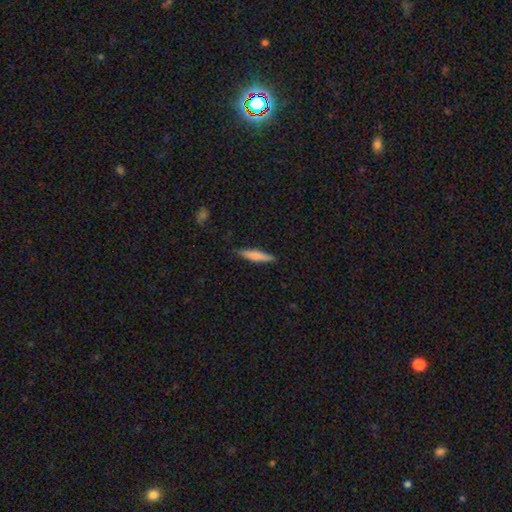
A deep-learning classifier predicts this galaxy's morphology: smooth 72%, featured or disk 22%, star or artifact 6%. Down the decision tree: how rounded — cigar-shaped (86%); merging — none (84%).